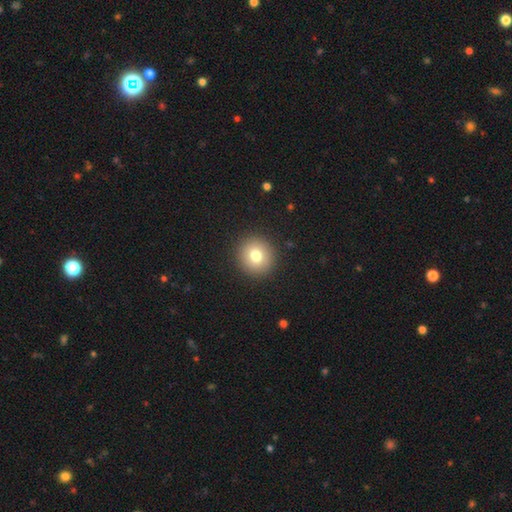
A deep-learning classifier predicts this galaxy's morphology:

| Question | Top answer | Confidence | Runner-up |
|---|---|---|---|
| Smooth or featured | smooth | 76% | featured or disk (13%) |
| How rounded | round | 93% | in between (6%) |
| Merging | none | 92% | minor disturbance (5%) |